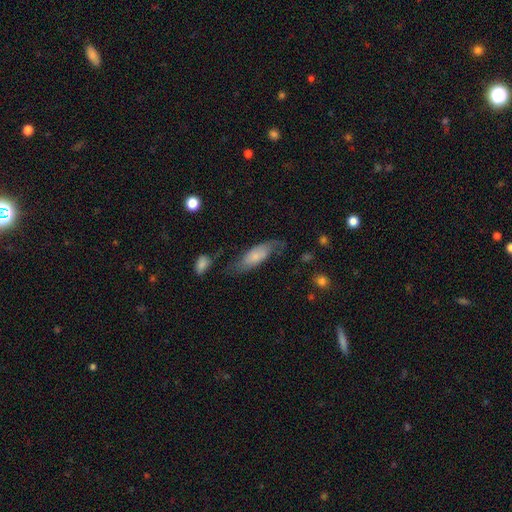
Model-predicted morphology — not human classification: Smooth or featured?
  - smooth: 56% *
  - featured or disk: 37%
  - star or artifact: 7%
How rounded?
  - in between: 66% *
  - cigar-shaped: 31%
  - round: 3%
Merging?
  - none: 53% *
  - minor disturbance: 27%
  - major disturbance: 16%
  - merger: 4%